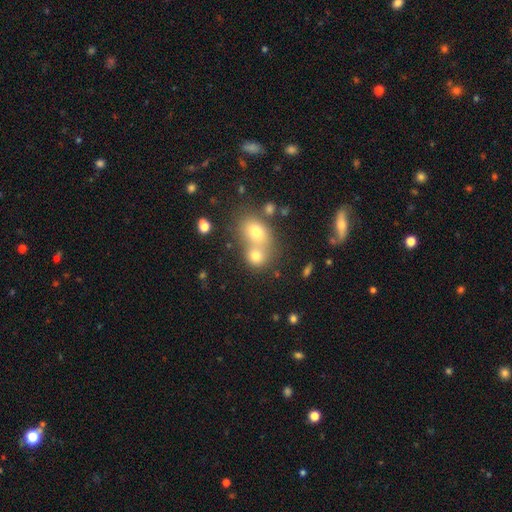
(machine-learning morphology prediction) type=smooth (73%); roundness=round (65%); merging=merger (55%).